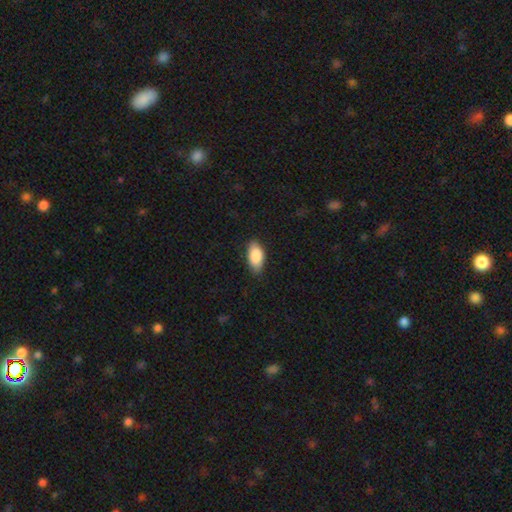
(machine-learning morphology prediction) A smooth galaxy with no disk features (88%) that is in between round and cigar-shaped (93%).

Vote fractions:
- Smooth or featured? smooth: 88% / featured or disk: 6% / star or artifact: 6%
- How rounded? in between: 93% / cigar-shaped: 4% / round: 3%
- Merging? none: 82% / minor disturbance: 14% / major disturbance: 3% / merger: 1%